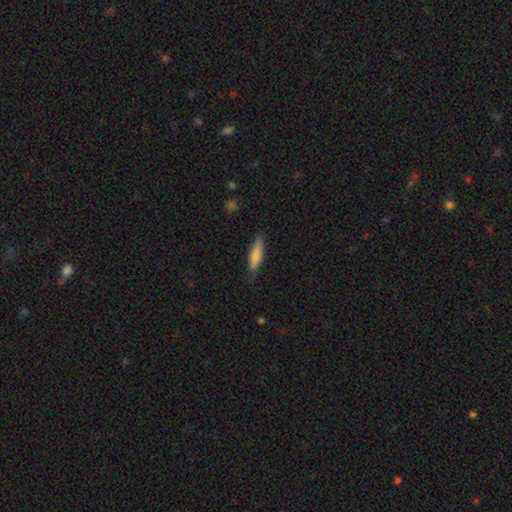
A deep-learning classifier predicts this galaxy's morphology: This appears to be a smooth galaxy with no disk features (78%) that is cigar-shaped (68%). Merging: none (79%).